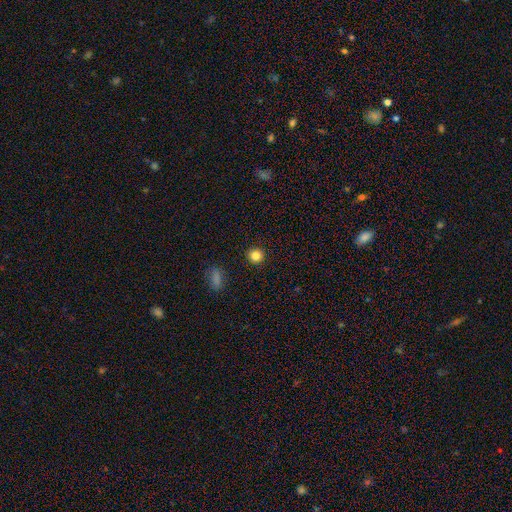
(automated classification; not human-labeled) Overall: smooth (83%). How rounded: round (93%). Merging: none (92%).